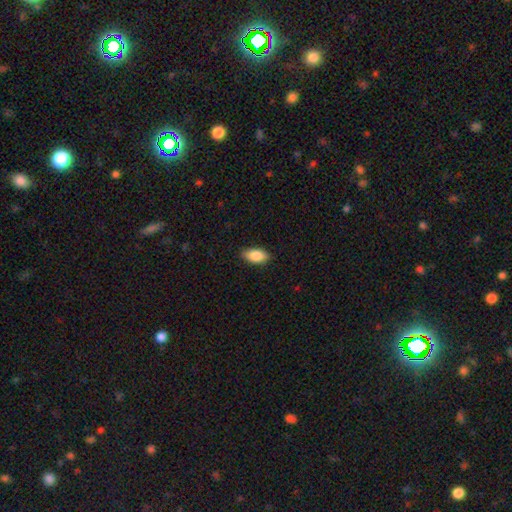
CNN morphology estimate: A smooth galaxy with no disk features (86%) that is in between round and cigar-shaped (92%). Merging: none (87%).